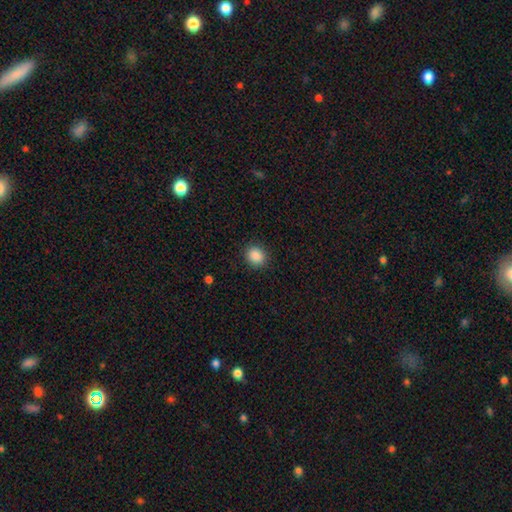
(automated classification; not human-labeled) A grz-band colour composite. It shows a smooth galaxy with no disk features (88%) that is round (74%). Merging: none (90%).